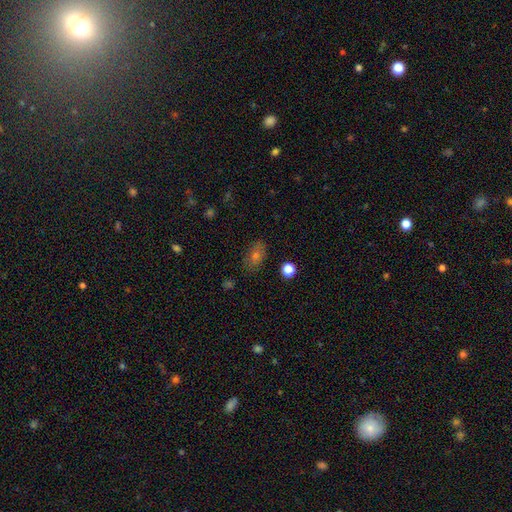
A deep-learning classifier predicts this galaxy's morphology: smooth_or_featured: smooth (p=0.62) [alt: star or artifact p=0.20]
how_rounded: in between (p=0.82) [alt: round p=0.15]
merging: none (p=0.82) [alt: minor disturbance p=0.13]